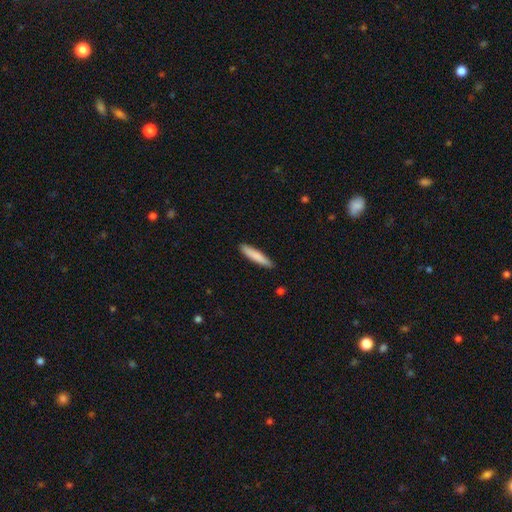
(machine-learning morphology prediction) Smooth or featured?
  - smooth: 83% *
  - featured or disk: 12%
  - star or artifact: 5%
How rounded?
  - cigar-shaped: 89% *
  - in between: 10%
  - round: 1%
Merging?
  - none: 89% *
  - minor disturbance: 8%
  - major disturbance: 2%
  - merger: 1%